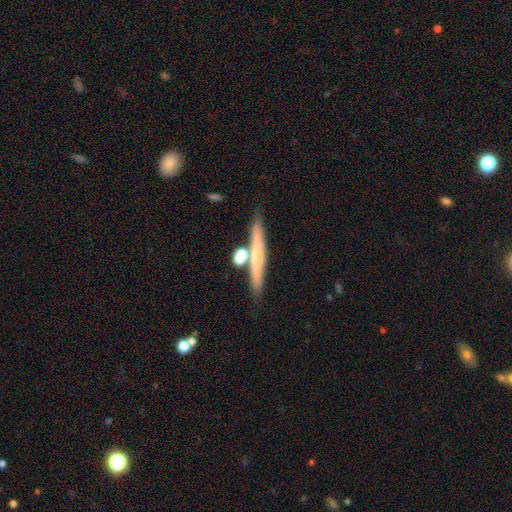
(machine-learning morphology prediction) Smooth or featured? Predicted: smooth (p=0.50). How rounded? Predicted: cigar-shaped (p=0.89). Merging? Predicted: none (p=0.75).